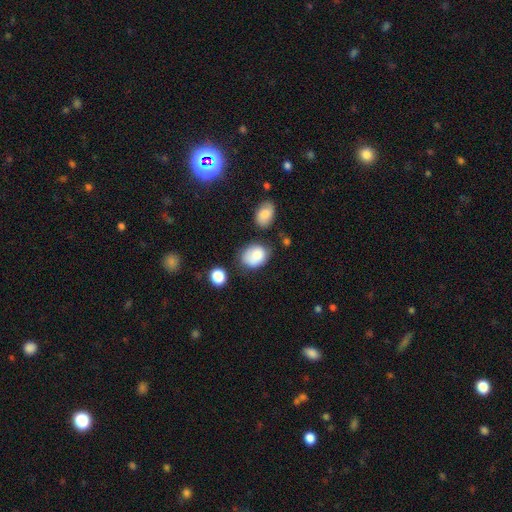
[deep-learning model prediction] Smooth or featured? Predicted: smooth (p=0.82). How rounded? Predicted: in between (p=0.61). Merging? Predicted: none (p=0.53).